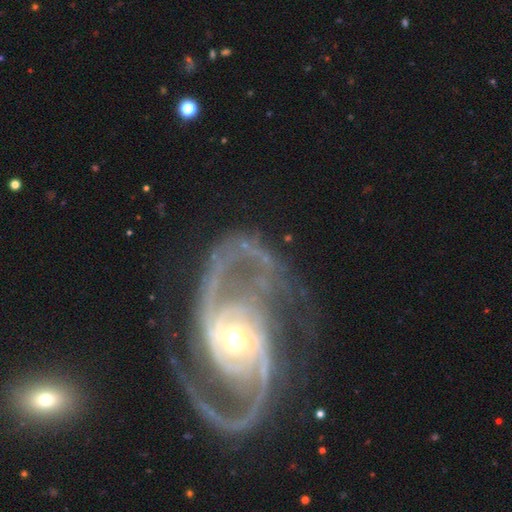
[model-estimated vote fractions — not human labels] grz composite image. It shows a featured or disk galaxy (93%) with no bar (49%), 2 (87%) medium (55%) spiral arms (98%) and a moderate central bulge (56%). Merging: none (71%).